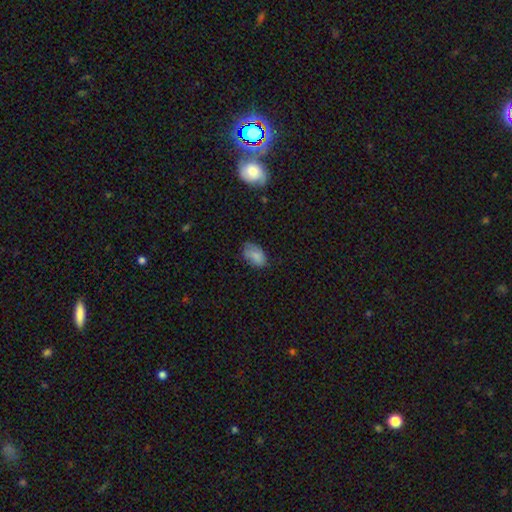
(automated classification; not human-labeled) smooth 82%, featured or disk 9%, star or artifact 9%. Down the decision tree: how rounded — in between (91%); merging — none (62%).